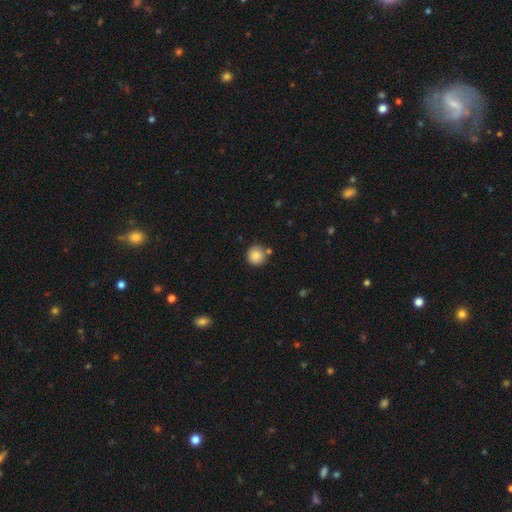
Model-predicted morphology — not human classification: A smooth galaxy with no disk features (85%) that is round (94%). Merging: none (80%).